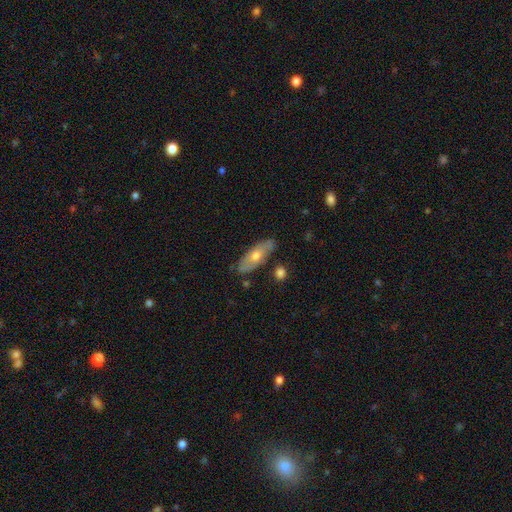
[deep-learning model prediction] Smooth or featured: smooth — 49% (featured or disk — 44%)
Merging: none — 79% (minor disturbance — 15%)